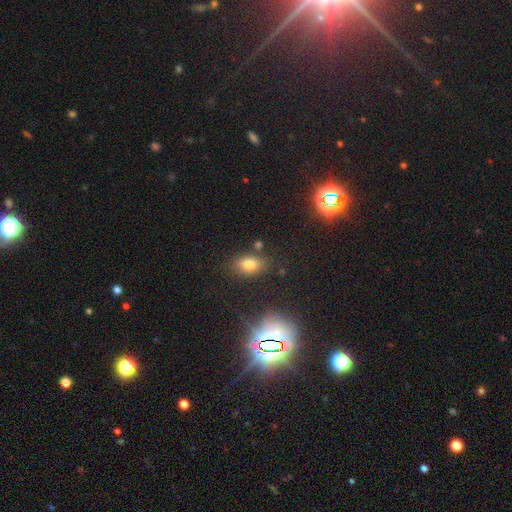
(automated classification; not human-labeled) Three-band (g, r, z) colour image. It shows a smooth galaxy with no disk features (54%) that is in between round and cigar-shaped (76%). Merging: none (84%).